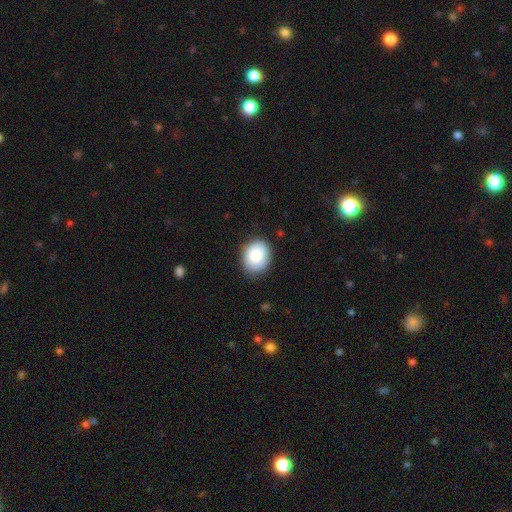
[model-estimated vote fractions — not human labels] smooth-or-featured: smooth: 84% | featured or disk: 9% | star or artifact: 7%
  how-rounded: in between: 52% | round: 47% | cigar-shaped: 1%
  merging: none: 82% | minor disturbance: 14% | major disturbance: 3% | merger: 1%